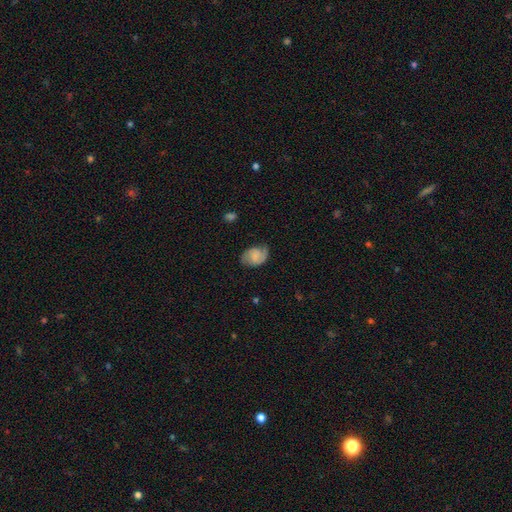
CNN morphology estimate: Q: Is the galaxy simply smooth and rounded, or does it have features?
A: featured or disk — 55%.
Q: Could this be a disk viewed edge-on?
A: no — 97%.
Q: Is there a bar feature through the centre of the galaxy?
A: no — 51%.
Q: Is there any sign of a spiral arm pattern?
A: yes — 91%.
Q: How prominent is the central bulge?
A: none — 49%.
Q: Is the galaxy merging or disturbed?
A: none — 69%.